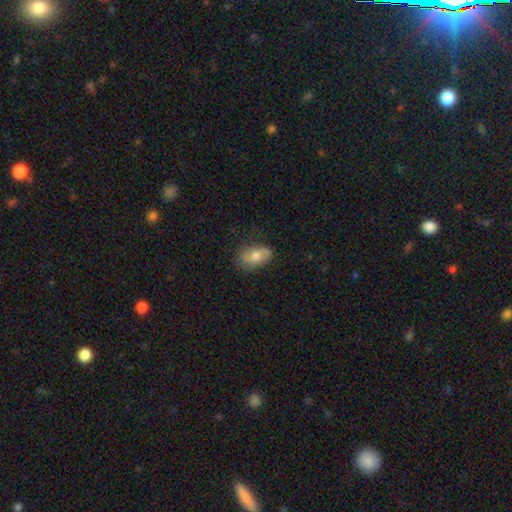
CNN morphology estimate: smooth-or-featured: smooth: 68% | featured or disk: 25% | star or artifact: 8%
  how-rounded: in between: 87% | round: 10% | cigar-shaped: 3%
  merging: none: 72% | minor disturbance: 21% | major disturbance: 5% | merger: 2%